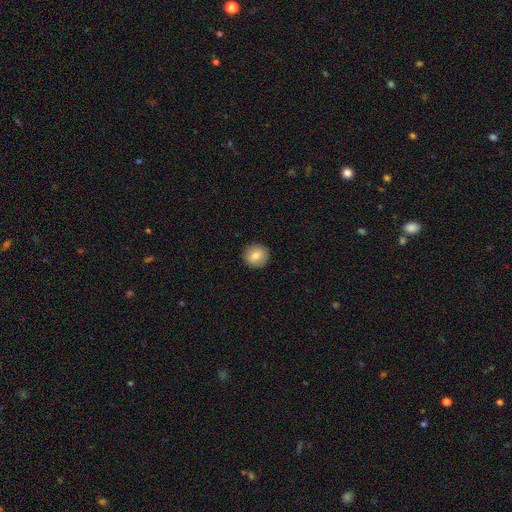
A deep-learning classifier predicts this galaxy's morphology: Smooth or featured: smooth — 78% (featured or disk — 13%)
How rounded: round — 89% (in between — 10%)
Merging: none — 91% (minor disturbance — 6%)